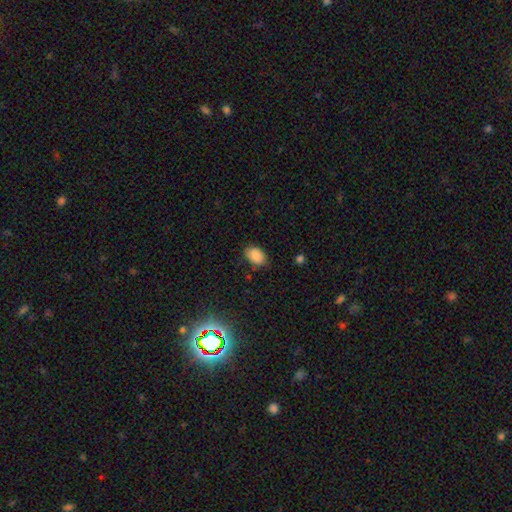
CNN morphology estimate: A smooth galaxy with no disk features (87%) that is in between round and cigar-shaped (87%). Merging: none (76%).